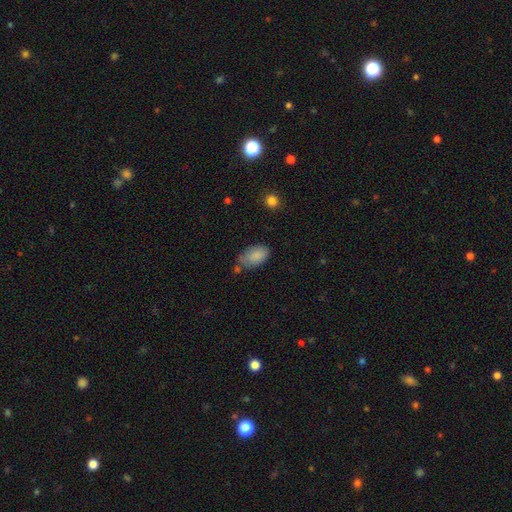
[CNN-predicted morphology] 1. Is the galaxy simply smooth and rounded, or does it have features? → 86% smooth, 7% featured or disk, 7% star or artifact.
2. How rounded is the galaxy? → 93% in between, 5% round, 1% cigar-shaped.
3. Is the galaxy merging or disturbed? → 60% none, 26% minor disturbance, 7% merger, 7% major disturbance.